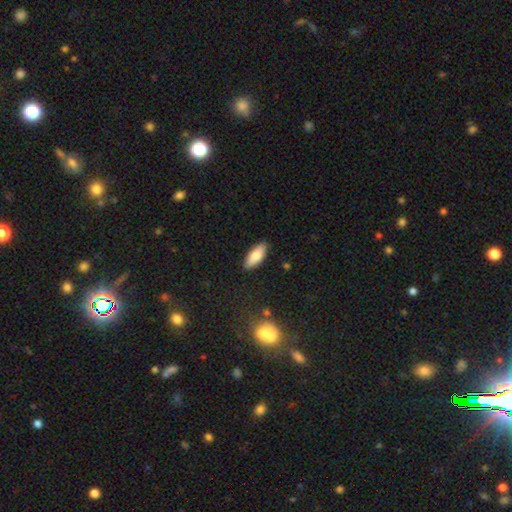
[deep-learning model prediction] smooth 81%, featured or disk 12%, star or artifact 6%. Down the decision tree: how rounded — in between (80%); merging — none (87%).